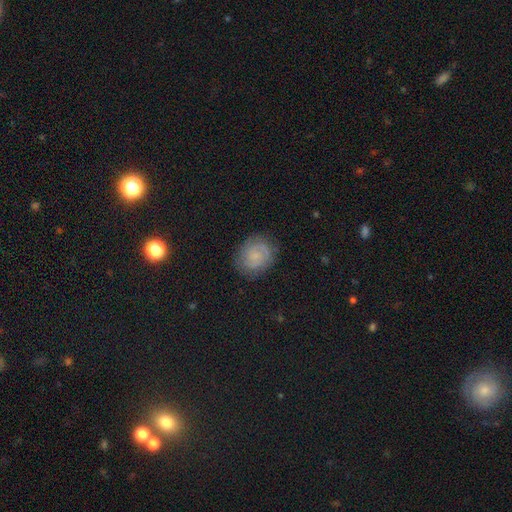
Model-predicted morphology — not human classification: A featured or disk galaxy (55%) with no bar (70%), spiral arms (90%) and a small central bulge (56%).

Vote fractions:
- Smooth or featured? featured or disk: 55% / smooth: 34% / star or artifact: 11%
- Edge-on disk? no: 98% / yes: 2%
- Bar? no: 70% / weak: 26% / strong: 4%
- Spiral arms? yes: 90% / no: 10%
- Bulge size? small: 56% / none: 28% / moderate: 13% / large: 2% / dominant: 1%
- Merging? none: 80% / minor disturbance: 14% / major disturbance: 5% / merger: 1%